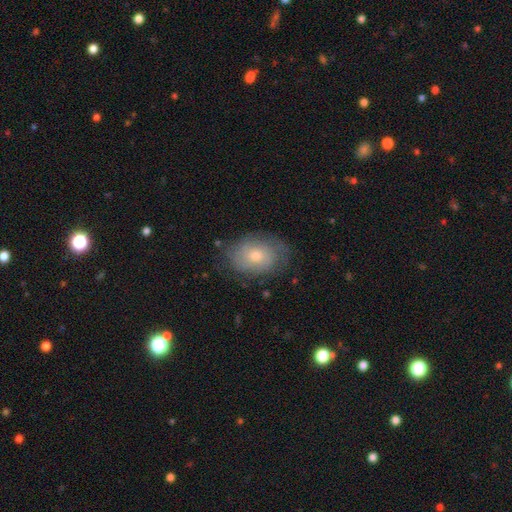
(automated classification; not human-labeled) Smooth or featured: featured or disk — 52% (smooth — 39%)
Edge-on disk: no — 95% (yes — 5%)
Merging: none — 74% (minor disturbance — 19%)